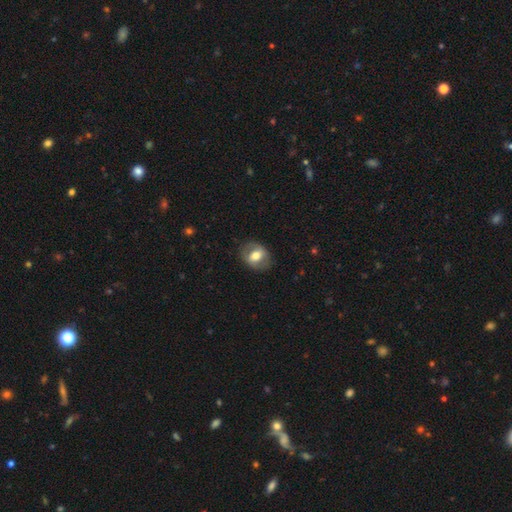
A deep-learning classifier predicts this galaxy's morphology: This is possibly a smooth galaxy (53%). How rounded: possibly in between (57%). Merging: clearly none (81%).